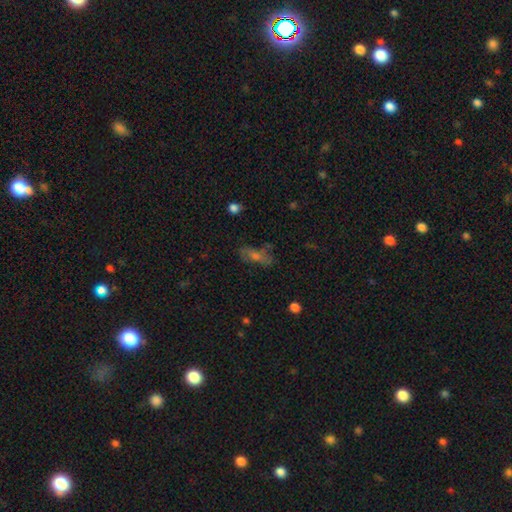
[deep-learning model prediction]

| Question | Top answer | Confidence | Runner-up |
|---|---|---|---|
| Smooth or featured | smooth | 42% | featured or disk (34%) |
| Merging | none | 64% | minor disturbance (20%) |